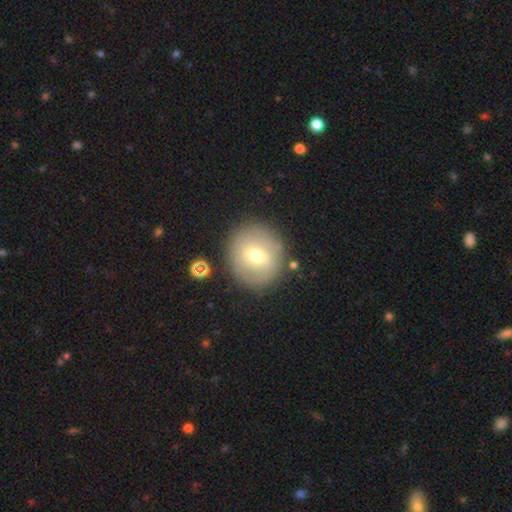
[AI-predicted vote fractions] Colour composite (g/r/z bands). It shows a smooth galaxy with no disk features (61%) that is round (90%). Merging: none (84%).